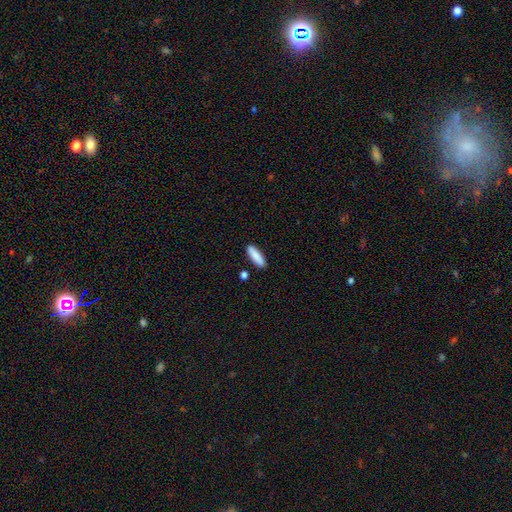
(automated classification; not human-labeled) The model was most divided on "how rounded": cigar-shaped: 63%, in between: 35%, round: 2%. More confident: smooth or featured — smooth (87%); merging — none (86%).